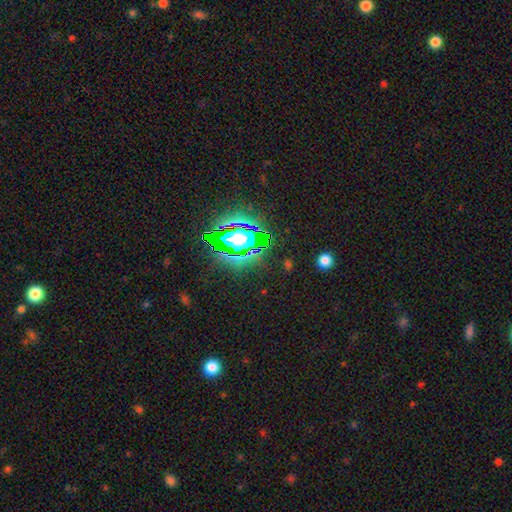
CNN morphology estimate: type=star or artifact (72%).